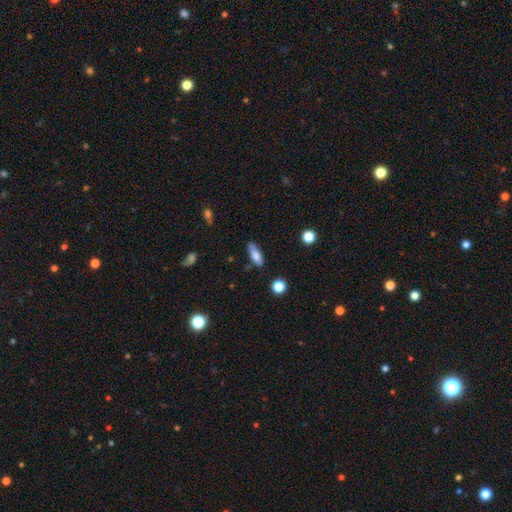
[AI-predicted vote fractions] smooth-or-featured: smooth: 75% | featured or disk: 17% | star or artifact: 7%
  how-rounded: in between: 59% | cigar-shaped: 38% | round: 3%
  merging: none: 74% | minor disturbance: 20% | major disturbance: 4% | merger: 3%